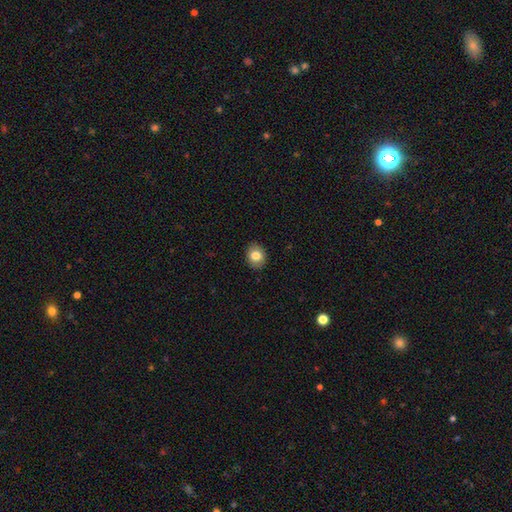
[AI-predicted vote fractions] Q: Smooth or featured?
A: smooth (81%); runner-up: featured or disk (10%)
Q: How rounded?
A: round (52%); runner-up: in between (47%)
Q: Merging?
A: none (89%); runner-up: minor disturbance (8%)